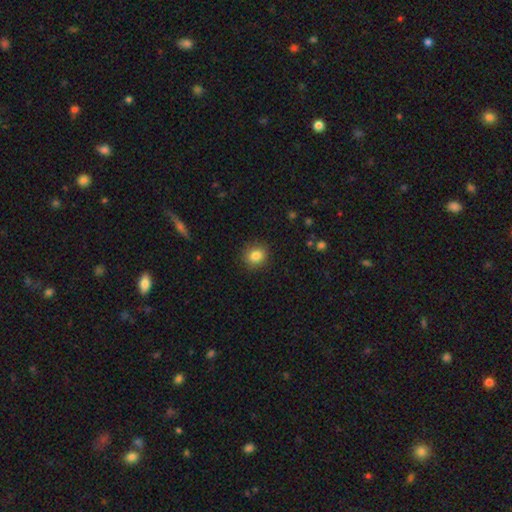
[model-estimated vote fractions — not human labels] A smooth galaxy with no disk features (84%) that is round (72%). Merging: none (89%).